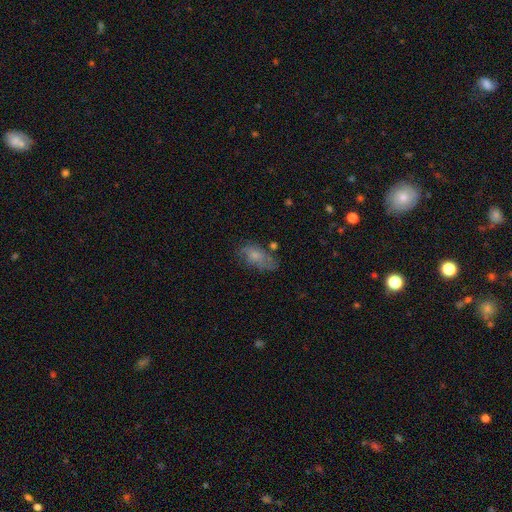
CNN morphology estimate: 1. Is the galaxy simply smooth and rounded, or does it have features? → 57% smooth, 33% featured or disk, 10% star or artifact.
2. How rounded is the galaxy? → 88% in between, 7% cigar-shaped, 6% round.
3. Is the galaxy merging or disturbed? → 49% none, 28% minor disturbance, 17% major disturbance, 5% merger.